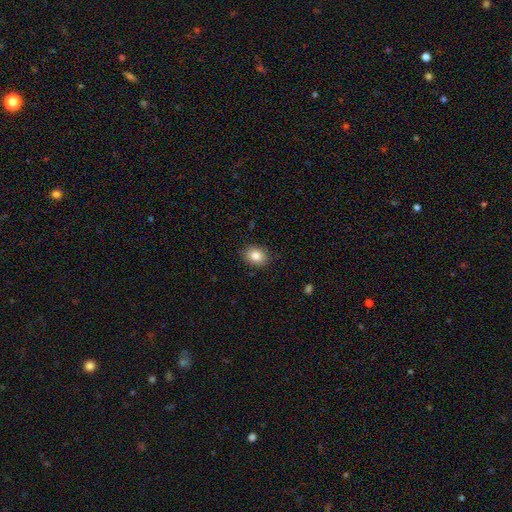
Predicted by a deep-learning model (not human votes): Smooth or featured: smooth — 85% (star or artifact — 9%)
How rounded: in between — 65% (round — 34%)
Merging: none — 86% (minor disturbance — 10%)